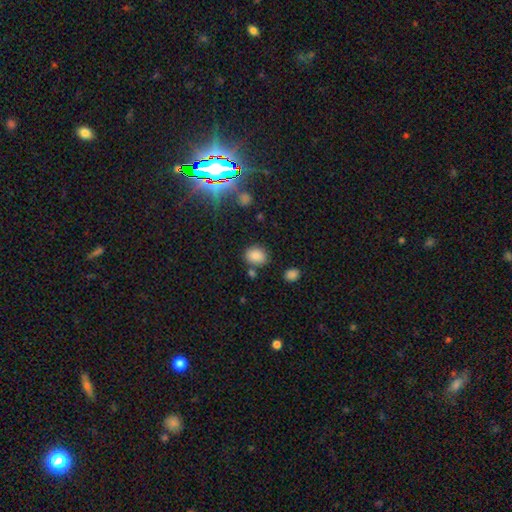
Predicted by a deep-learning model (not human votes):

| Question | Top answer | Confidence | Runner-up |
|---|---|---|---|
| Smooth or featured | smooth | 82% | star or artifact (12%) |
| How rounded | in between | 50% | round (49%) |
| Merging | none | 77% | minor disturbance (12%) |